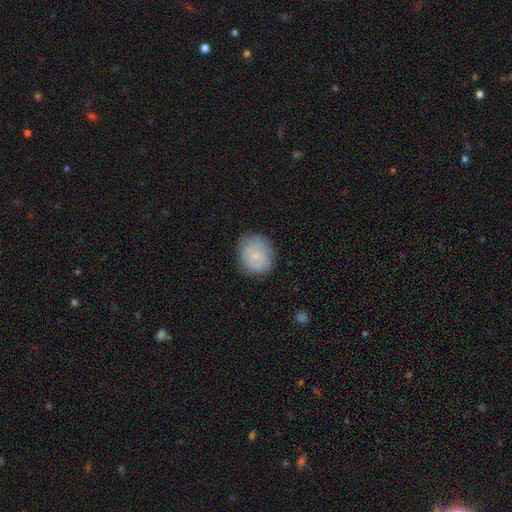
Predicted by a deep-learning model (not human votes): Overall: smooth (51%; featured or disk 41%). How rounded: round (68%; in between 31%). Merging: none (76%).